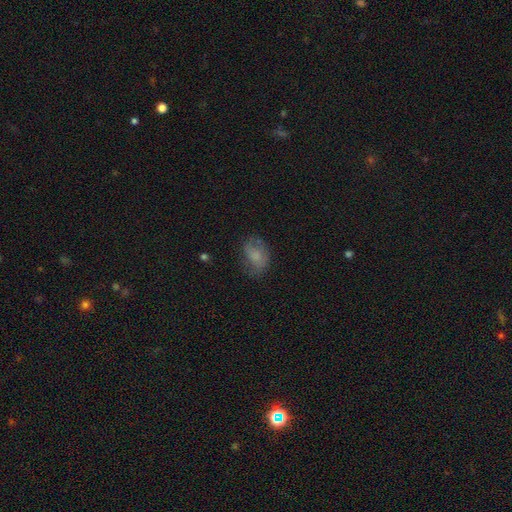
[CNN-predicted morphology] smooth_or_featured: smooth (p=0.66) [alt: featured or disk p=0.24]
how_rounded: in between (p=0.75) [alt: round p=0.23]
merging: none (p=0.58) [alt: minor disturbance p=0.26]